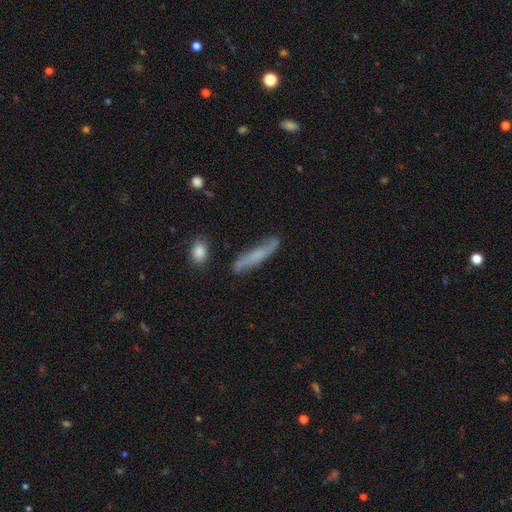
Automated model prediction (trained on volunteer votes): smooth 52%, featured or disk 39%, star or artifact 9%. Down the decision tree: how rounded — cigar-shaped (87%); merging — none (73%).